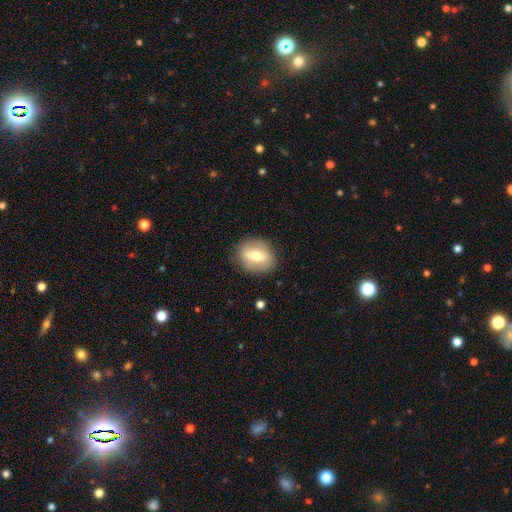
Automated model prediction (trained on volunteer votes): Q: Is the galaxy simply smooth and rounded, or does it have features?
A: smooth — 56%.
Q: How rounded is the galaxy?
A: round — 51%.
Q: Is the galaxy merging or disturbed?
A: none — 85%.